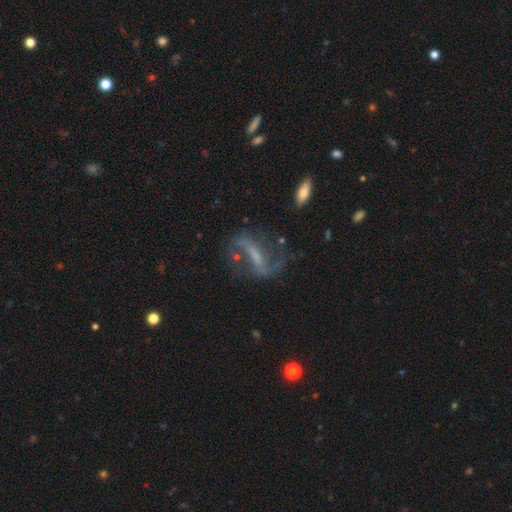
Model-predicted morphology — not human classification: Smooth or featured? Predicted: featured or disk (p=0.77). Edge-on disk? Predicted: no (p=0.88). Bar? Predicted: strong (p=0.53). Spiral arms? Predicted: yes (p=0.86). Spiral winding? Predicted: loose (p=0.70). Spiral arm count? Predicted: 2 (p=0.87). Bulge size? Predicted: small (p=0.39). Merging? Predicted: none (p=0.59).